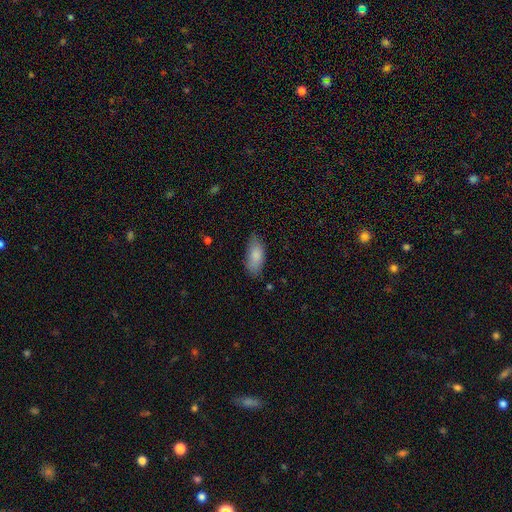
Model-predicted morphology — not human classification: This appears to be a smooth galaxy with no disk features (85%) that is in between round and cigar-shaped (88%). Merging: none (73%).